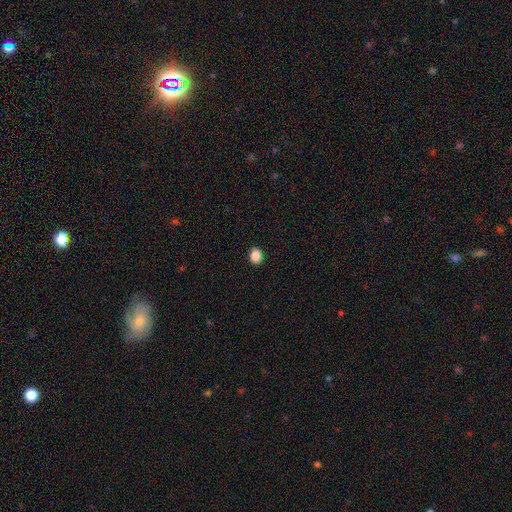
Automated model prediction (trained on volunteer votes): A smooth galaxy with no disk features (88%) that is in between round and cigar-shaped (50%).

Vote fractions:
- Smooth or featured? smooth: 88% / star or artifact: 9% / featured or disk: 3%
- How rounded? in between: 50% / round: 49% / cigar-shaped: 1%
- Merging? none: 91% / minor disturbance: 6% / major disturbance: 2% / merger: 1%